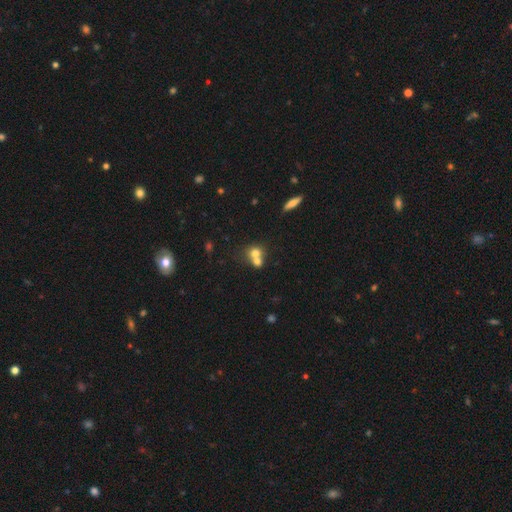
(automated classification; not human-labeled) smooth-or-featured: smooth: 69% | featured or disk: 18% | star or artifact: 12%
  how-rounded: round: 71% | in between: 28% | cigar-shaped: 1%
  merging: merger: 63% | none: 29% | minor disturbance: 6% | major disturbance: 3%